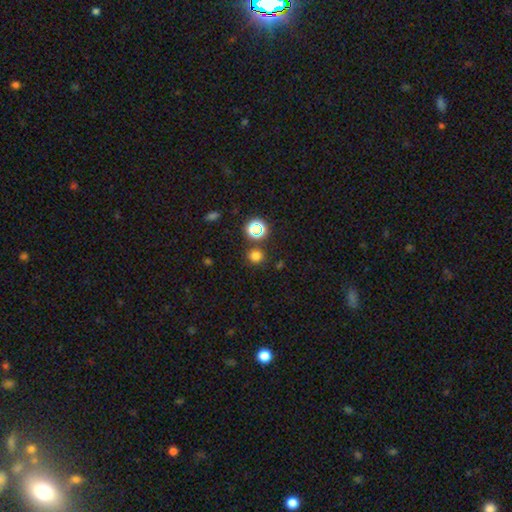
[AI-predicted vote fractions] smooth 74%, star or artifact 21%, featured or disk 5%. Down the decision tree: how rounded — round (88%); merging — none (83%).